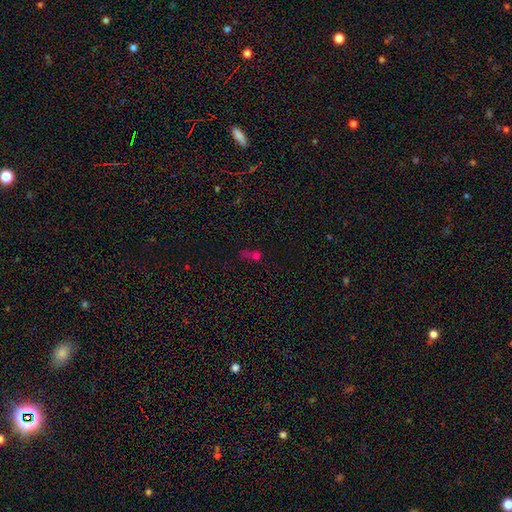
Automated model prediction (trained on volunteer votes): Smooth or featured? Predicted: smooth (p=0.49). Merging? Predicted: merger (p=0.45).